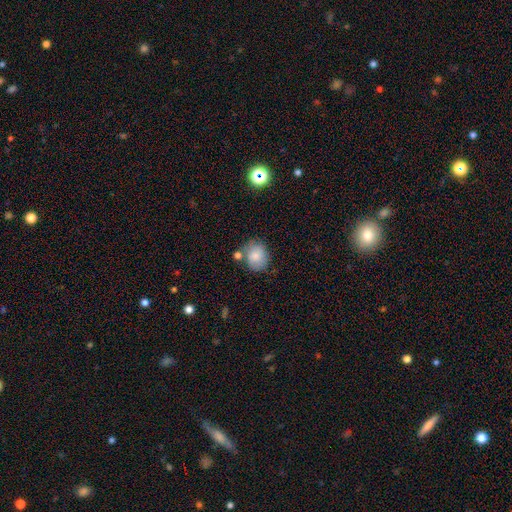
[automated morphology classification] smooth_or_featured: smooth (p=0.81) [alt: featured or disk p=0.11]
how_rounded: round (p=0.66) [alt: in between p=0.33]
merging: none (p=0.64) [alt: minor disturbance p=0.18]